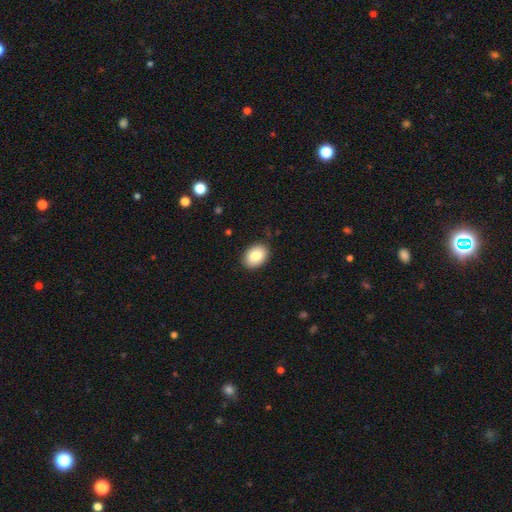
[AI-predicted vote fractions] smooth_or_featured: smooth (p=0.85) [alt: featured or disk p=0.08]
how_rounded: in between (p=0.76) [alt: round p=0.23]
merging: none (p=0.88) [alt: minor disturbance p=0.09]